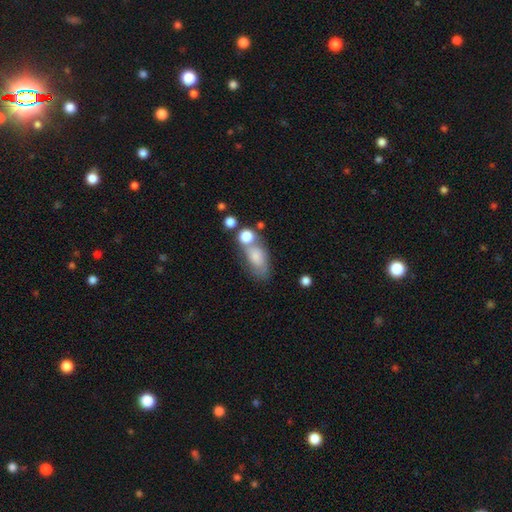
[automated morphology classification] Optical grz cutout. It shows a smooth galaxy with no disk features (70%) that is in between round and cigar-shaped (82%). Merging: none (40%).